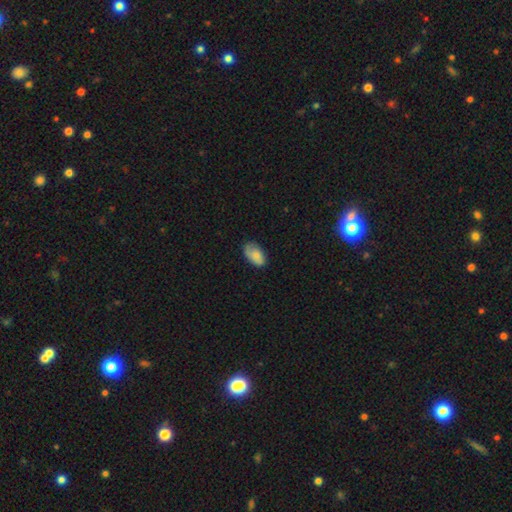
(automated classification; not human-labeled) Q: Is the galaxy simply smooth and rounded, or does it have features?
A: smooth — 76%.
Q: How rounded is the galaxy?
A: in between — 93%.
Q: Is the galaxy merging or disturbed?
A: none — 62%.